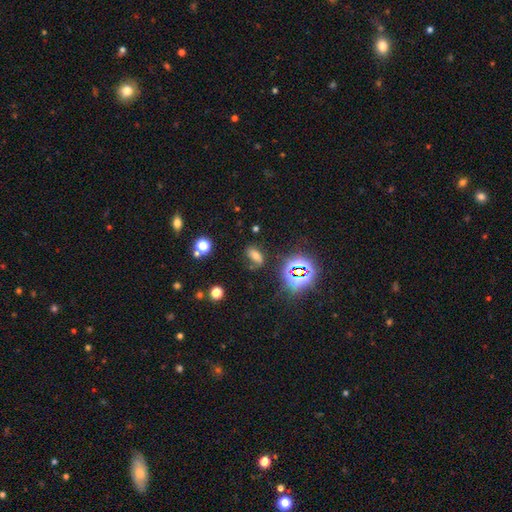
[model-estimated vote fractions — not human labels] Overall: smooth (48%; star or artifact 33%). Merging: none (66%).